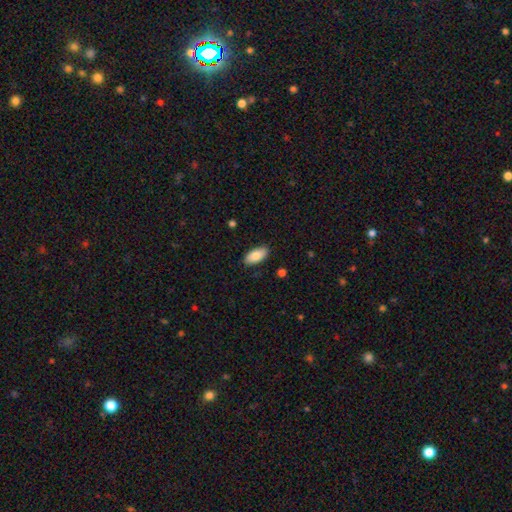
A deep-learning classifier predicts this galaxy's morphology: A smooth galaxy with no disk features (85%) that is in between round and cigar-shaped (92%).

Vote fractions:
- Smooth or featured? smooth: 85% / featured or disk: 9% / star or artifact: 6%
- How rounded? in between: 92% / cigar-shaped: 6% / round: 2%
- Merging? none: 88% / minor disturbance: 9% / major disturbance: 2% / merger: 1%